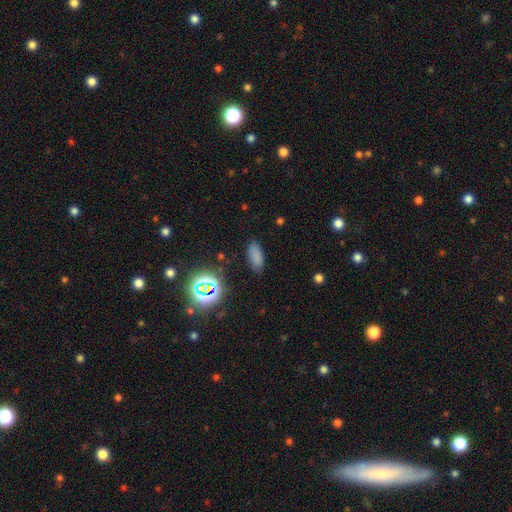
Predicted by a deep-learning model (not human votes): smooth-or-featured: smooth: 76% | star or artifact: 17% | featured or disk: 6%
  how-rounded: in between: 85% | cigar-shaped: 11% | round: 4%
  merging: none: 83% | minor disturbance: 11% | major disturbance: 3% | merger: 2%